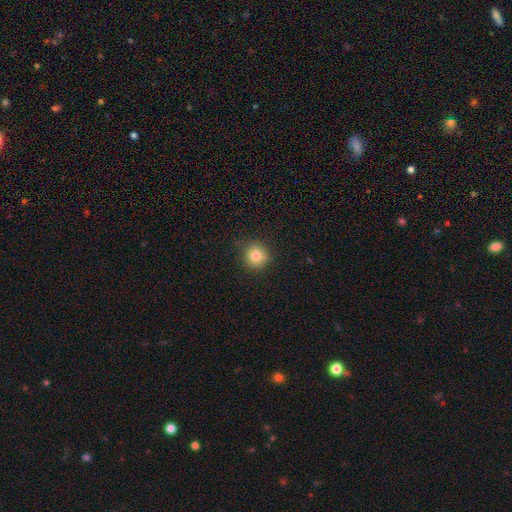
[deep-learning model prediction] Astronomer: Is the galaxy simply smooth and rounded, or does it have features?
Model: smooth — 82%.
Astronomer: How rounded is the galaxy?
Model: round — 92%.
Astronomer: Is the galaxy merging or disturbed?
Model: none — 84%.